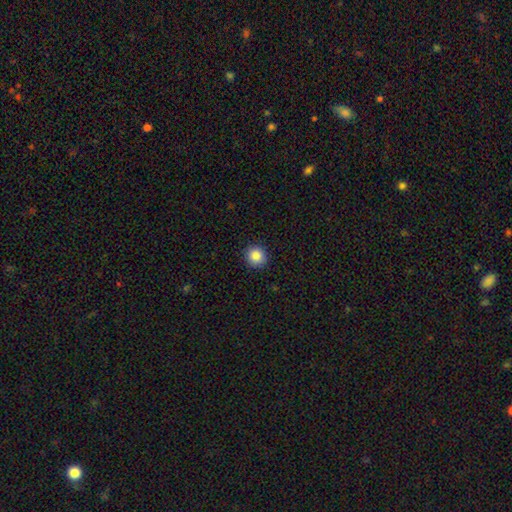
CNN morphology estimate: smooth 88%, star or artifact 9%, featured or disk 3%. Down the decision tree: how rounded — round (93%); merging — none (92%).